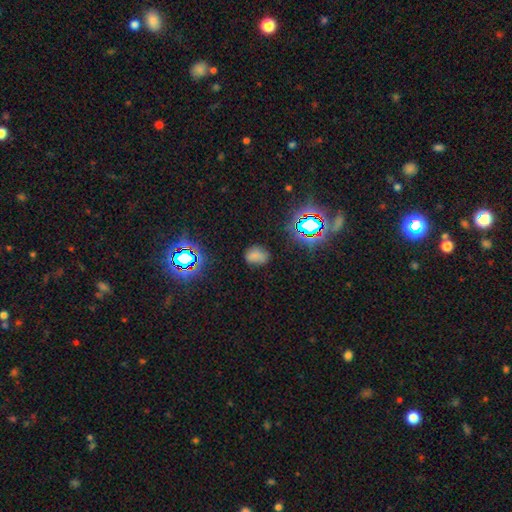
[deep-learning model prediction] A smooth galaxy with no disk features (66%) that is in between round and cigar-shaped (61%).

Vote fractions:
- Smooth or featured? smooth: 66% / star or artifact: 25% / featured or disk: 9%
- How rounded? in between: 61% / round: 37% / cigar-shaped: 1%
- Merging? none: 71% / minor disturbance: 20% / major disturbance: 6% / merger: 3%